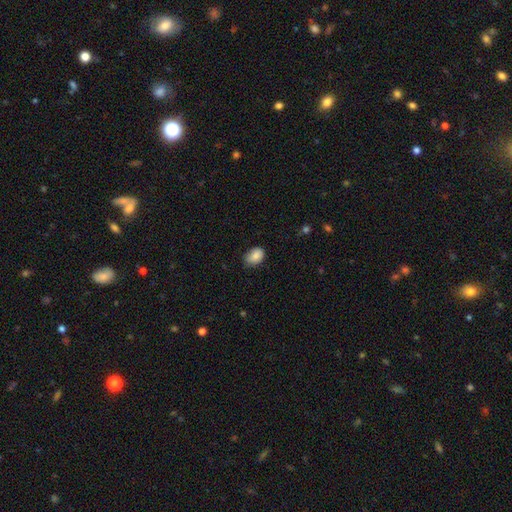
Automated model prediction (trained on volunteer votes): This appears to be a smooth galaxy with no disk features (86%) that is in between round and cigar-shaped (79%). Merging: none (66%).